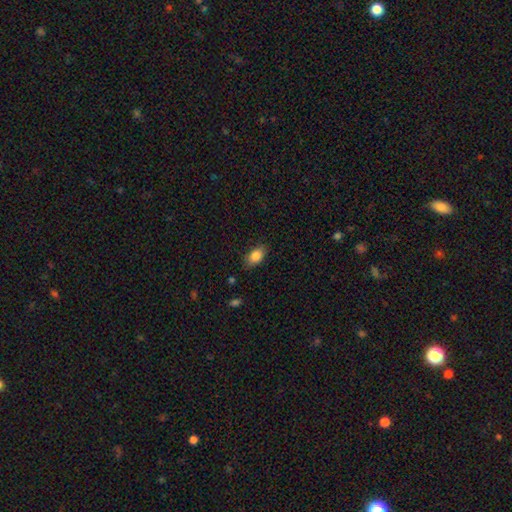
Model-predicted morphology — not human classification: Smooth or featured: smooth — 85% (star or artifact — 8%)
How rounded: in between — 88% (round — 9%)
Merging: none — 83% (minor disturbance — 13%)